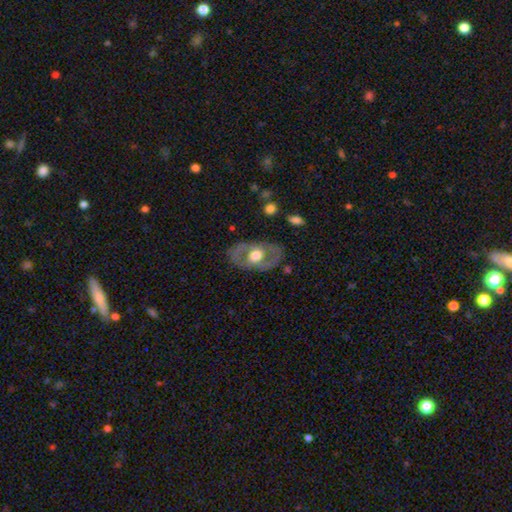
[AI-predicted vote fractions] This appears to be a featured or disk galaxy (63%) with no bar (70%), no spiral arms (69%) and a moderate central bulge (60%). Merging: none (77%).